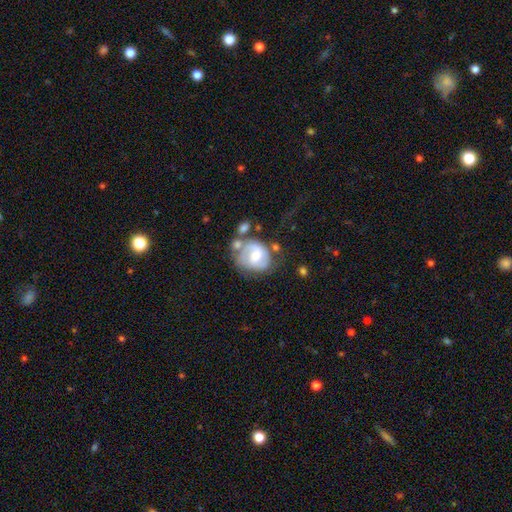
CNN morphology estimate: This is likely a featured or disk galaxy (67%). It is clearly not viewed edge-on (98%). Bar: possibly no (45%). Spiral arm pattern: clearly yes (84%). Spiral arm count: likely 2 (64%). Spiral winding: marginally tight (43%). Central bulge: possibly moderate (58%). Merging: marginally none (45%).